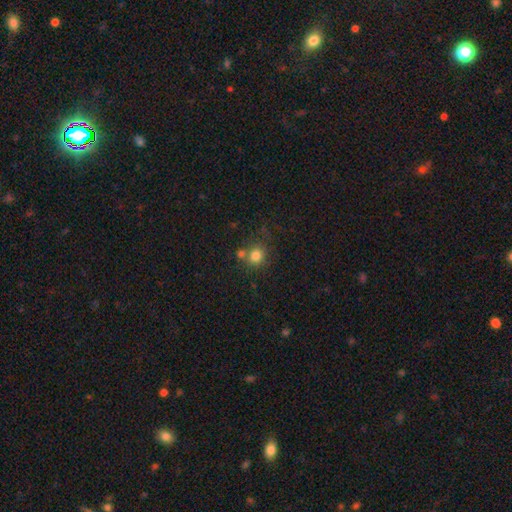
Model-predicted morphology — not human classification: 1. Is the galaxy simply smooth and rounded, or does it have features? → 78% smooth, 13% star or artifact, 9% featured or disk.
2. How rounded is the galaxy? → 81% round, 18% in between, 1% cigar-shaped.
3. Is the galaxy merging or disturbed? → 57% none, 25% merger, 12% minor disturbance, 5% major disturbance.